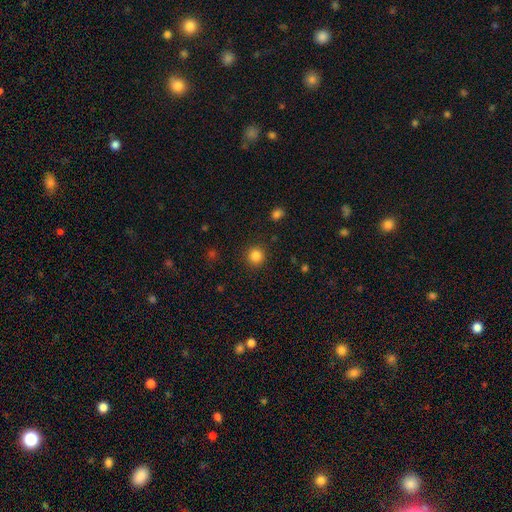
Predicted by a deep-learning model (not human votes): This is clearly a smooth galaxy (84%). How rounded: clearly round (93%). Merging: clearly none (90%).